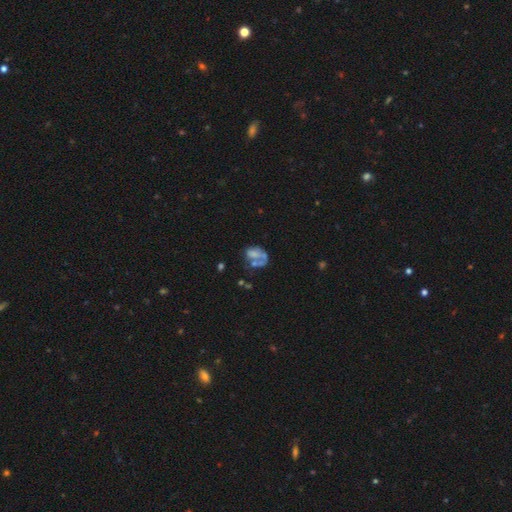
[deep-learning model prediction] smooth_or_featured: featured or disk (p=0.49) [alt: smooth p=0.39]
merging: major disturbance (p=0.33) [alt: none p=0.28]